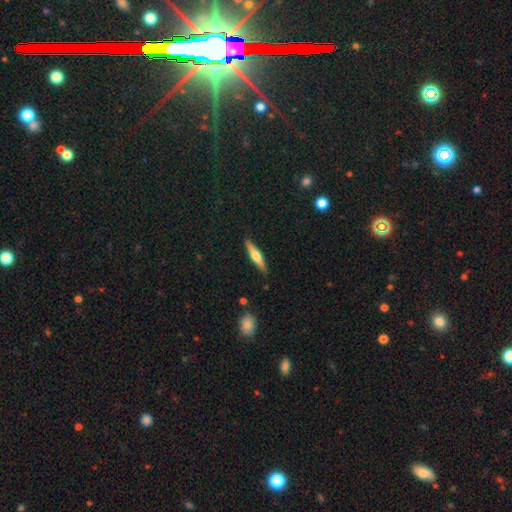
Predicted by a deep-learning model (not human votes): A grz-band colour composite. It shows a featured or disk galaxy (57%) viewed edge-on (96%) with a rounded central bulge (88%). Merging: none (88%).